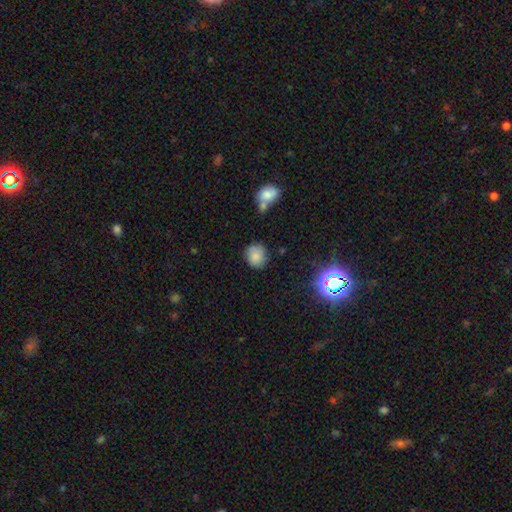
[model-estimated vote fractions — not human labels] A smooth galaxy with no disk features (82%) that is round (80%). Merging: none (76%).